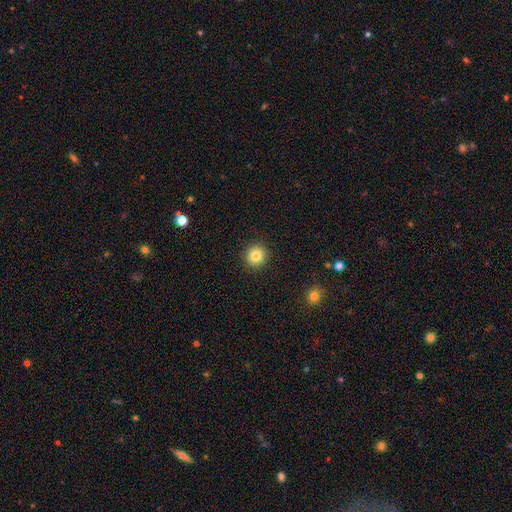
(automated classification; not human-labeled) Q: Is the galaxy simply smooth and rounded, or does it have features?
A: smooth — 83%.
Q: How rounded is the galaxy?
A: round — 92%.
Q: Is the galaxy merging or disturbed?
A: none — 92%.